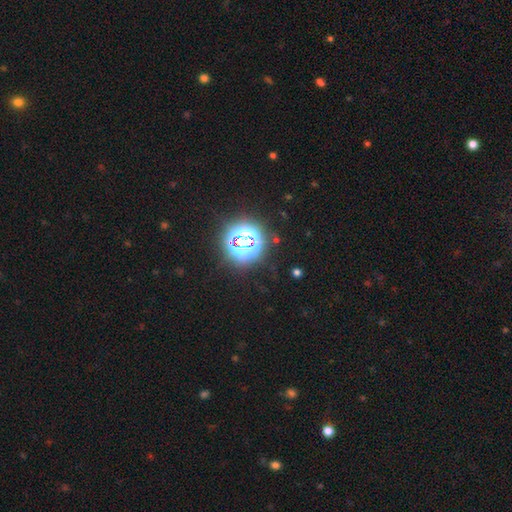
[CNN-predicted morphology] Smooth or featured? Predicted: star or artifact (p=0.79).